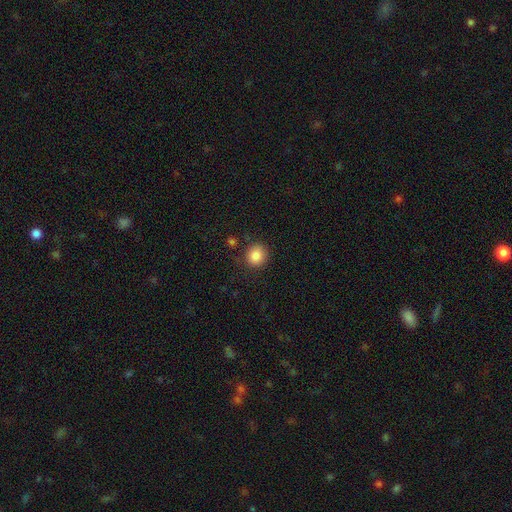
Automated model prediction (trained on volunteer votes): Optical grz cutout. It shows a smooth galaxy with no disk features (86%) that is round (85%). Merging: none (85%).